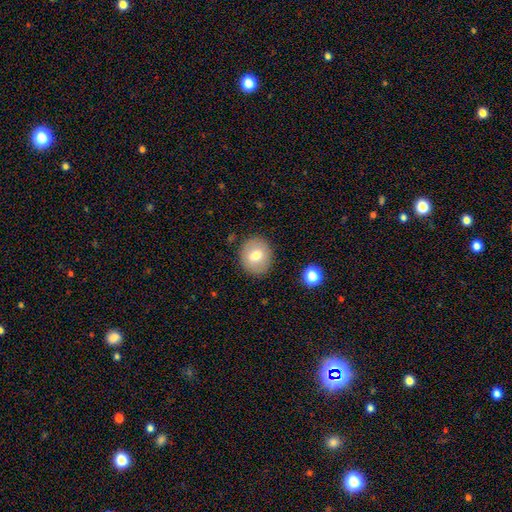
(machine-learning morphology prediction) Smooth or featured? Predicted: smooth (p=0.72). How rounded? Predicted: round (p=0.72). Merging? Predicted: none (p=0.87).